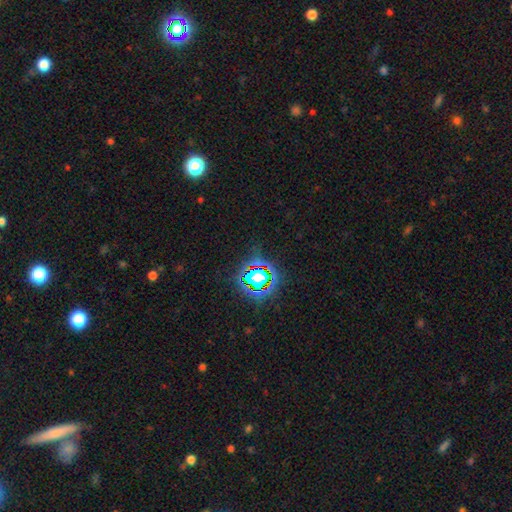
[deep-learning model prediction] A star or artifact, not a galaxy (79%).

Vote fractions:
- Smooth or featured? star or artifact: 79% / smooth: 13% / featured or disk: 8%